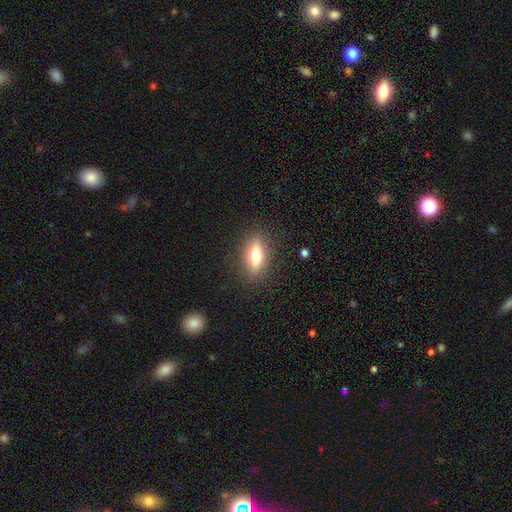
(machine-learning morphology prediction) Smooth or featured? Predicted: smooth (p=0.66). How rounded? Predicted: in between (p=0.69). Merging? Predicted: none (p=0.87).